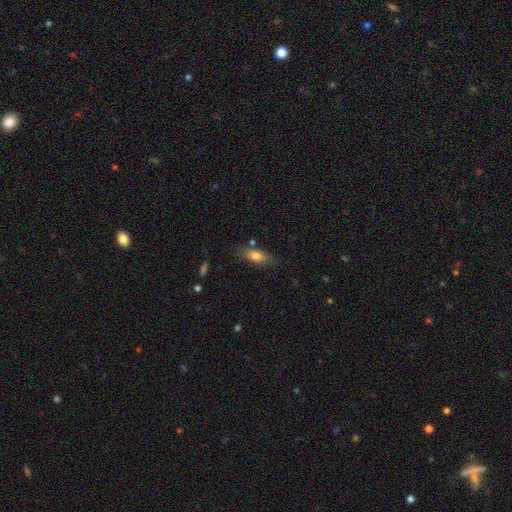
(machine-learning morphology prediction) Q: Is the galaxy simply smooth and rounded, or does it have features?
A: smooth — 75%.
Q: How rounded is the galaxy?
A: in between — 73%.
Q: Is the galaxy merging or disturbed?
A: none — 74%.